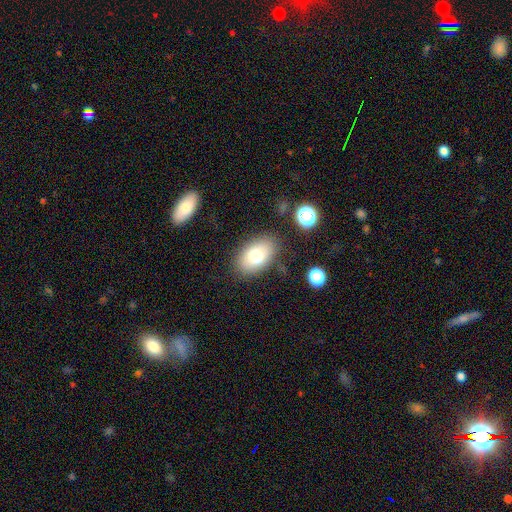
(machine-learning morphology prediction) smooth-or-featured: smooth: 75% | featured or disk: 16% | star or artifact: 9%
  how-rounded: in between: 88% | round: 10% | cigar-shaped: 1%
  merging: none: 81% | minor disturbance: 12% | major disturbance: 4% | merger: 3%